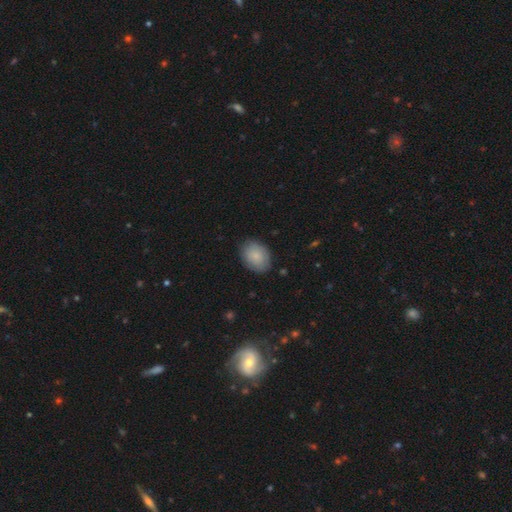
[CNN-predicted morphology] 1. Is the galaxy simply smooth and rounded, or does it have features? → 84% smooth, 10% featured or disk, 6% star or artifact.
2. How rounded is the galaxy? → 75% in between, 24% round, 1% cigar-shaped.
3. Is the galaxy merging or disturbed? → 82% none, 14% minor disturbance, 3% major disturbance, 1% merger.